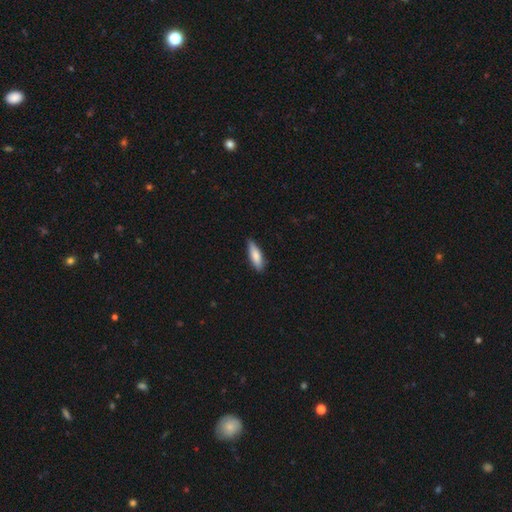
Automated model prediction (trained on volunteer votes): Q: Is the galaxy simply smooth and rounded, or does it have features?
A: smooth — 80%.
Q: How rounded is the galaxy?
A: cigar-shaped — 56%.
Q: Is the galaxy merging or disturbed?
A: none — 82%.